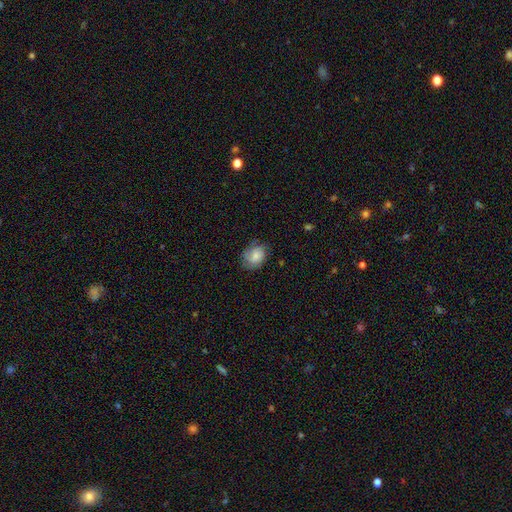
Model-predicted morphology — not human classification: Overall: smooth (60%; featured or disk 32%). How rounded: in between (53%; round 46%). Merging: none (65%).